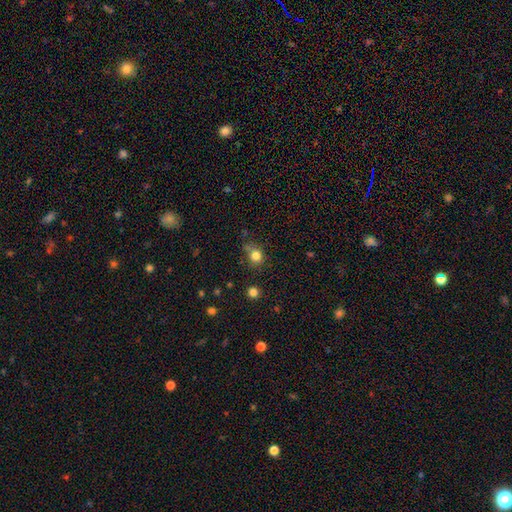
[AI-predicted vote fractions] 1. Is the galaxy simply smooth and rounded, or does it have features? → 81% smooth, 13% star or artifact, 7% featured or disk.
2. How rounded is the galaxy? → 76% round, 23% in between, 1% cigar-shaped.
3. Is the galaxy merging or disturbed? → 64% none, 23% minor disturbance, 7% major disturbance, 7% merger.